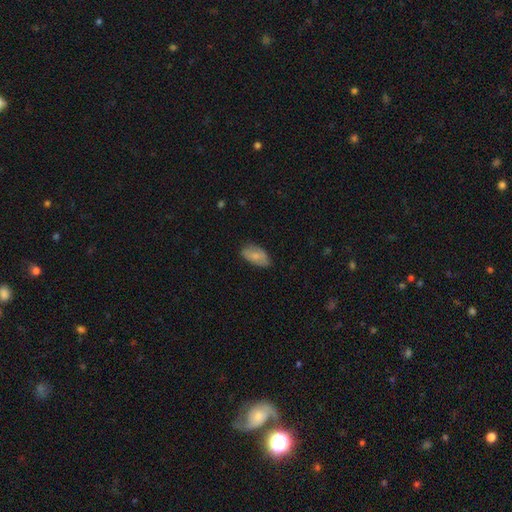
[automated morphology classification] A smooth galaxy with no disk features (76%) that is in between round and cigar-shaped (94%).

Vote fractions:
- Smooth or featured? smooth: 76% / featured or disk: 18% / star or artifact: 6%
- How rounded? in between: 94% / round: 4% / cigar-shaped: 3%
- Merging? none: 77% / minor disturbance: 19% / major disturbance: 3% / merger: 1%